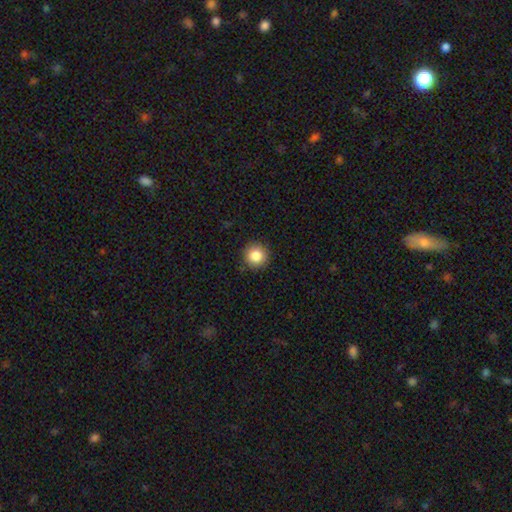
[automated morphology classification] The model was most divided on "smooth or featured": smooth: 85%, star or artifact: 10%, featured or disk: 6%. More confident: how rounded — round (95%); merging — none (92%).